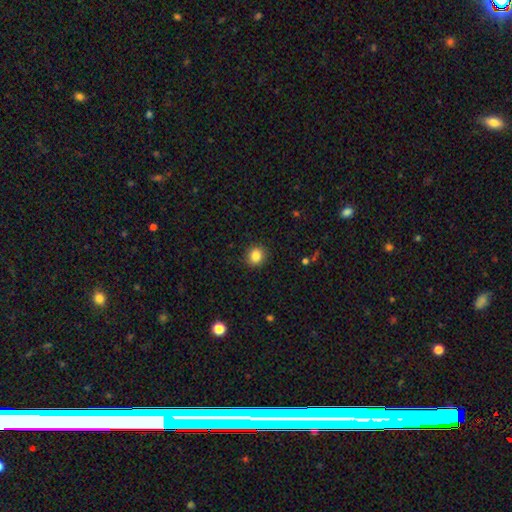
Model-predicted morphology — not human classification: Smooth or featured: smooth — 85% (star or artifact — 10%)
How rounded: round — 79% (in between — 20%)
Merging: none — 90% (minor disturbance — 7%)